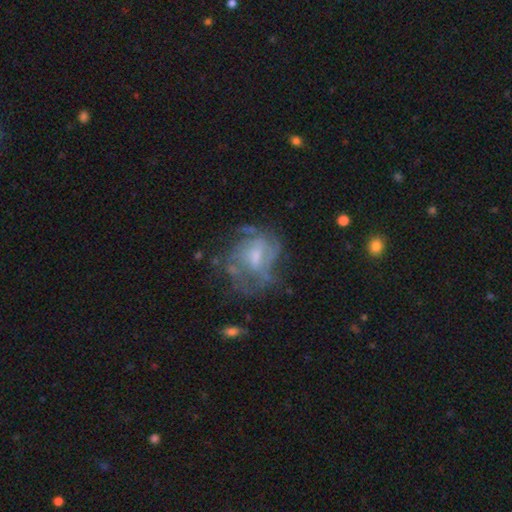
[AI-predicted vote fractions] Smooth or featured: featured or disk — 69% (smooth — 21%)
Edge-on disk: no — 97% (yes — 3%)
Bar: weak — 46% (no — 45%)
Spiral arms: yes — 60% (no — 40%)
Bulge size: small — 40% (tied with moderate — 40%)
Merging: none — 44% (major disturbance — 29%)